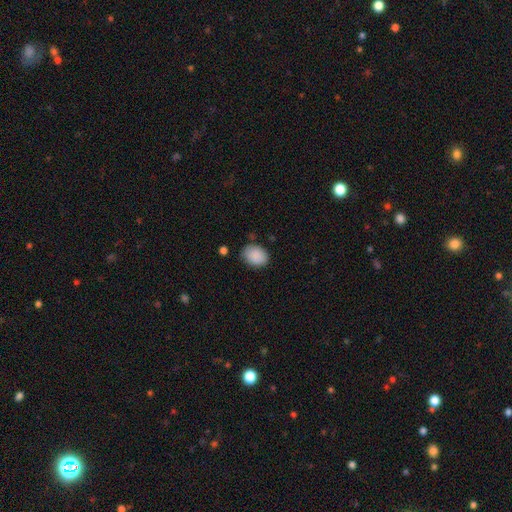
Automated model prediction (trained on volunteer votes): Q: Smooth or featured?
A: smooth (89%); runner-up: star or artifact (7%)
Q: How rounded?
A: in between (66%); runner-up: round (33%)
Q: Merging?
A: none (79%); runner-up: minor disturbance (15%)